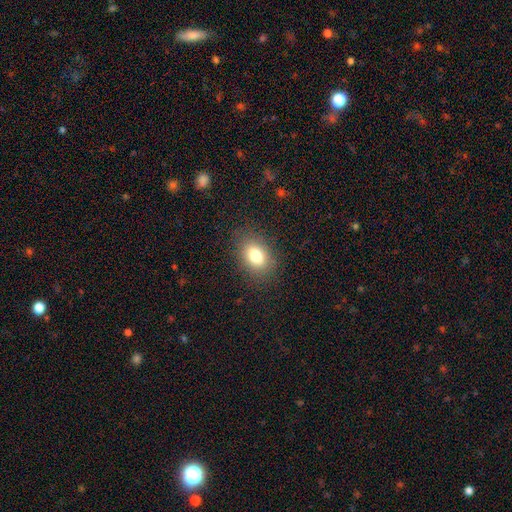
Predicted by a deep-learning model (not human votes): smooth_or_featured: smooth (p=0.80) [alt: star or artifact p=0.10]
how_rounded: in between (p=0.79) [alt: round p=0.20]
merging: none (p=0.85) [alt: minor disturbance p=0.10]